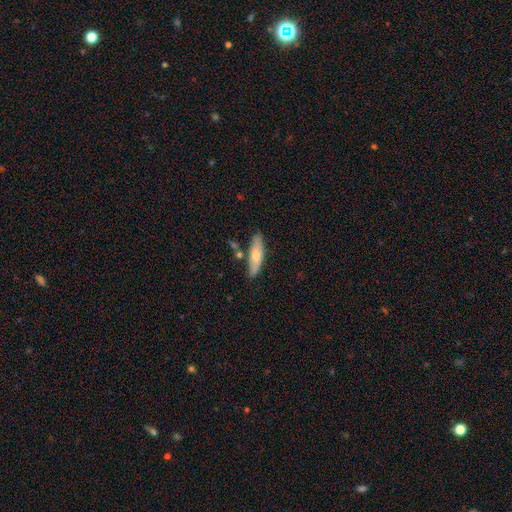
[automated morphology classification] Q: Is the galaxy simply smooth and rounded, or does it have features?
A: smooth — 57%.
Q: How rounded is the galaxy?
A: cigar-shaped — 63%.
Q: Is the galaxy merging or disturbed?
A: none — 77%.